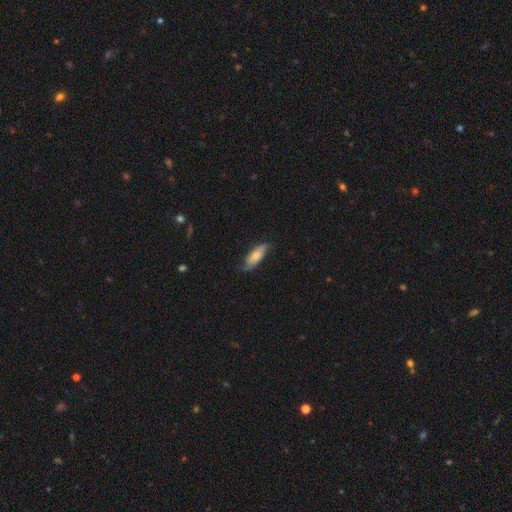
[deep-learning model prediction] Q: Smooth or featured?
A: smooth (61%); runner-up: featured or disk (33%)
Q: How rounded?
A: in between (69%); runner-up: cigar-shaped (29%)
Q: Merging?
A: none (64%); runner-up: minor disturbance (27%)